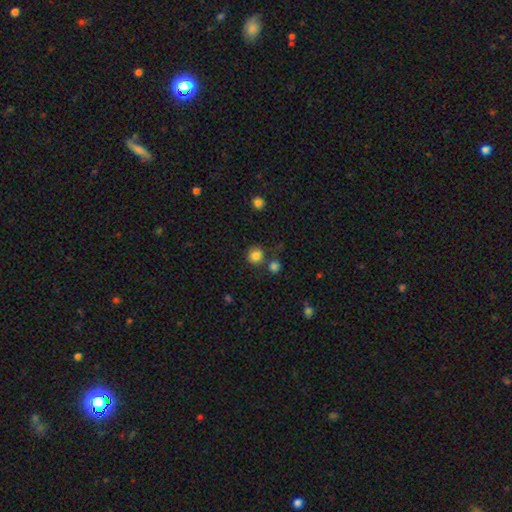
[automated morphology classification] smooth_or_featured: smooth (p=0.84) [alt: star or artifact p=0.12]
how_rounded: round (p=0.88) [alt: in between p=0.11]
merging: none (p=0.76) [alt: merger p=0.11]